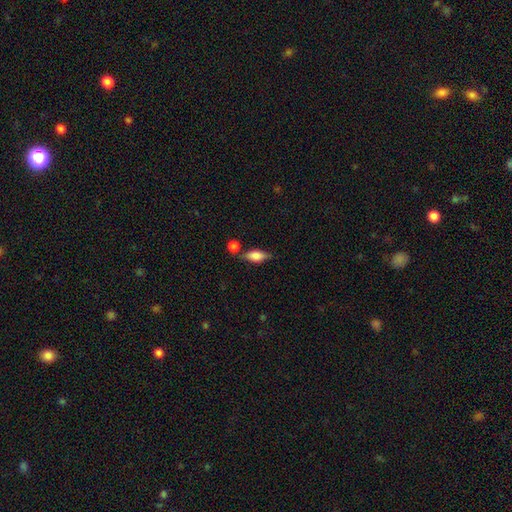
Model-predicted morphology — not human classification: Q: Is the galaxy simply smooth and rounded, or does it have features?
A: smooth — 73%.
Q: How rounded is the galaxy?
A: in between — 79%.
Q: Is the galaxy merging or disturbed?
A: none — 62%.